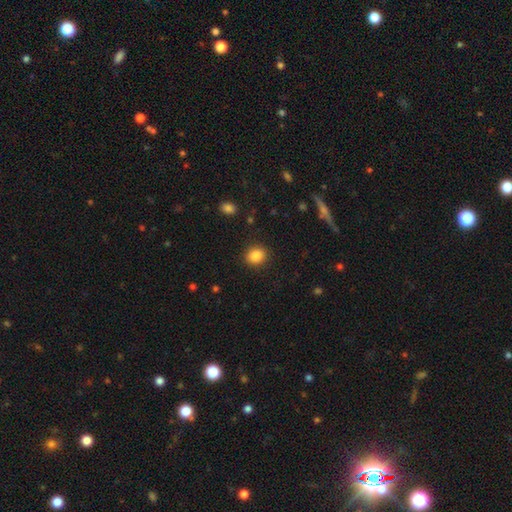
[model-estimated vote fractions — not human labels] Overall: smooth (87%). How rounded: round (70%). Merging: none (89%).